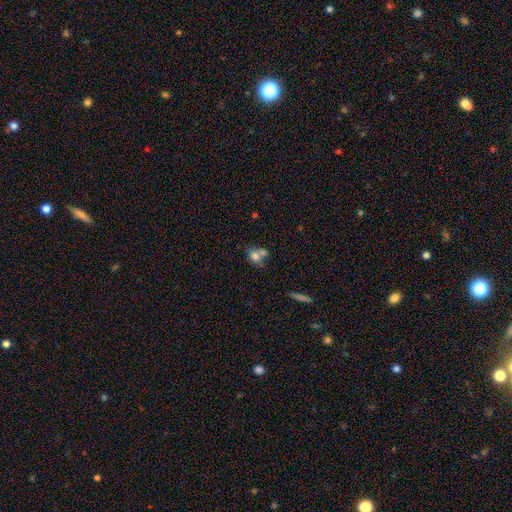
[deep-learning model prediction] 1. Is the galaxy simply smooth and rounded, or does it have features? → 72% smooth, 17% featured or disk, 11% star or artifact.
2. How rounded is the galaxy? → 50% round, 48% in between, 2% cigar-shaped.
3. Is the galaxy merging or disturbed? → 50% merger, 33% none, 11% minor disturbance, 6% major disturbance.